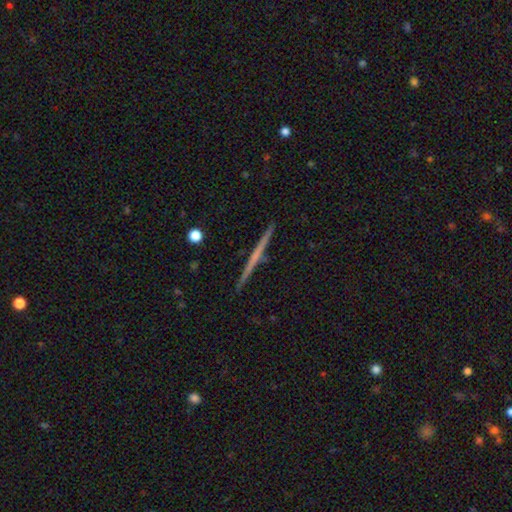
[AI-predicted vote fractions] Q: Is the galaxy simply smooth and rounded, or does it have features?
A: featured or disk — 63%.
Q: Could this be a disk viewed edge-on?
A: yes — 98%.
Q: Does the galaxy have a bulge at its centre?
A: none — 84%.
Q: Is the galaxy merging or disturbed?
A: none — 93%.